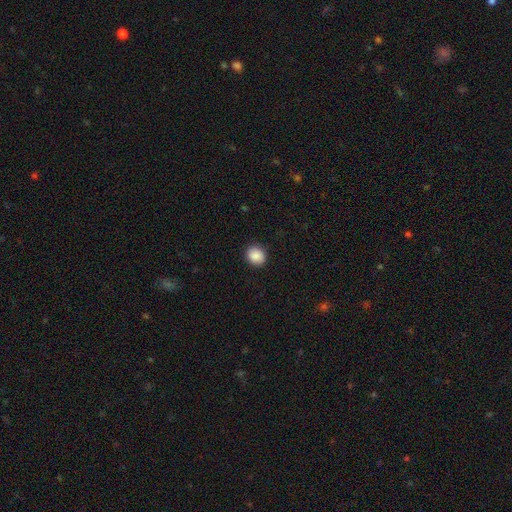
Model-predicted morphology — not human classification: type=smooth (89%); roundness=round (73%); merging=none (90%).